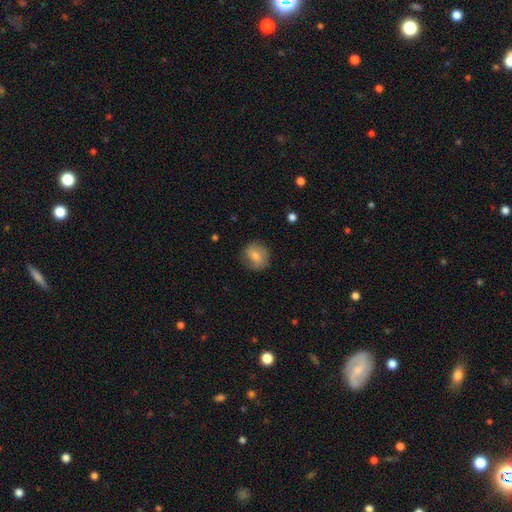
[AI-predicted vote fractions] Q: Smooth or featured?
A: smooth (65%); runner-up: featured or disk (27%)
Q: How rounded?
A: round (83%); runner-up: in between (16%)
Q: Merging?
A: none (80%); runner-up: minor disturbance (15%)